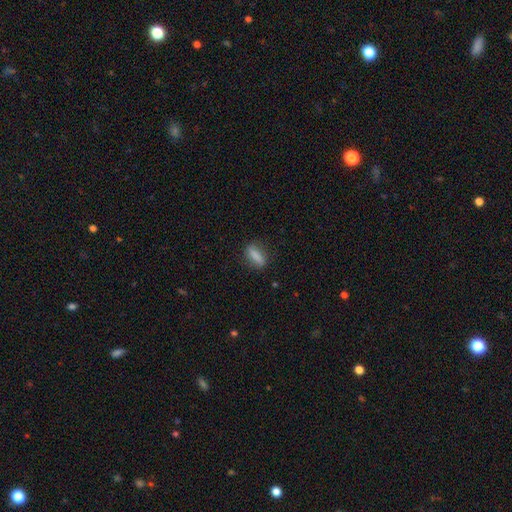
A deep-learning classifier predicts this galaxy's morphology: This is clearly a smooth galaxy (83%). How rounded: likely in between (61%). Merging: likely none (80%).